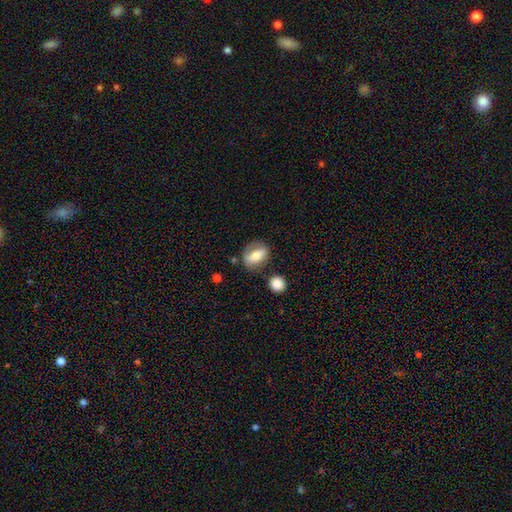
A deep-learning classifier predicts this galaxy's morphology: Smooth or featured? Predicted: smooth (p=0.51). How rounded? Predicted: in between (p=0.61). Merging? Predicted: none (p=0.66).